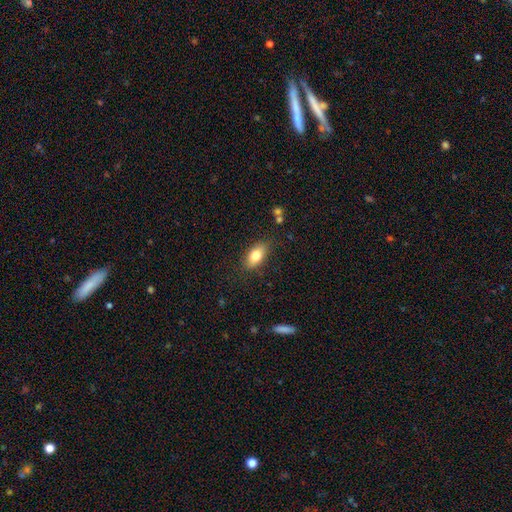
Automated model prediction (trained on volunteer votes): Smooth or featured?
  - smooth: 78% *
  - featured or disk: 14%
  - star or artifact: 8%
How rounded?
  - in between: 87% *
  - cigar-shaped: 7%
  - round: 6%
Merging?
  - none: 83% *
  - minor disturbance: 13%
  - major disturbance: 3%
  - merger: 2%